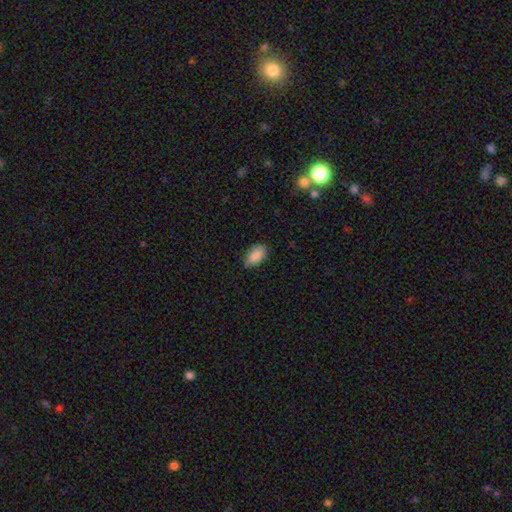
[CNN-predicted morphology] Q: Smooth or featured?
A: smooth (88%); runner-up: star or artifact (7%)
Q: How rounded?
A: in between (94%); runner-up: round (4%)
Q: Merging?
A: none (79%); runner-up: minor disturbance (17%)